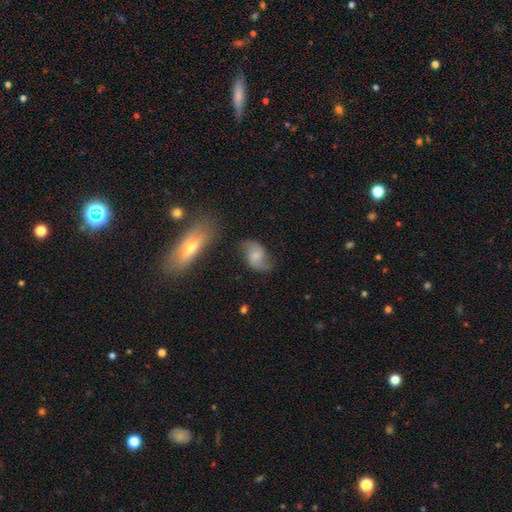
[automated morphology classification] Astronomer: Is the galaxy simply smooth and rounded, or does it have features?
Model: featured or disk — 54% (runner-up: smooth, 38%).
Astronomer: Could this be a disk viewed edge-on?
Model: no — 96%.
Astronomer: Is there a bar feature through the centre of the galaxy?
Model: no — 55% (runner-up: weak, 38%).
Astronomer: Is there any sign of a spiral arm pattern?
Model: yes — 90%.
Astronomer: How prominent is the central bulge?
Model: none — 35% (runner-up: small, 29%).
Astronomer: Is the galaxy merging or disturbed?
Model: none — 65%.